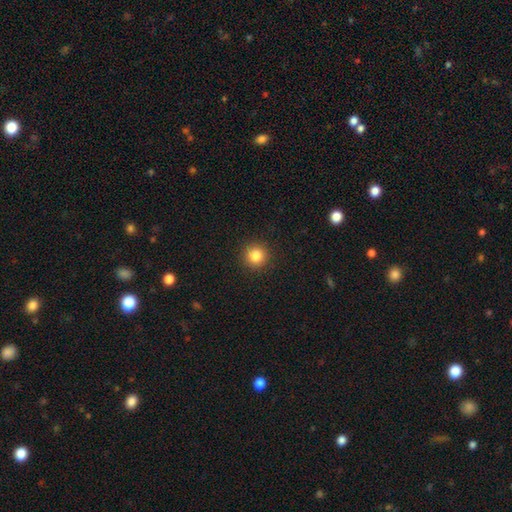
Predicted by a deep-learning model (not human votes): smooth_or_featured: smooth (p=0.84) [alt: star or artifact p=0.11]
how_rounded: round (p=0.95) [alt: in between p=0.04]
merging: none (p=0.92) [alt: minor disturbance p=0.05]